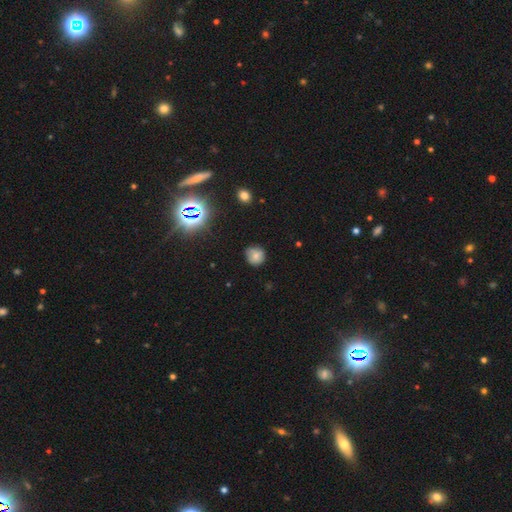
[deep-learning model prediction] smooth 72%, star or artifact 15%, featured or disk 13%. Down the decision tree: how rounded — round (84%); merging — none (70%).